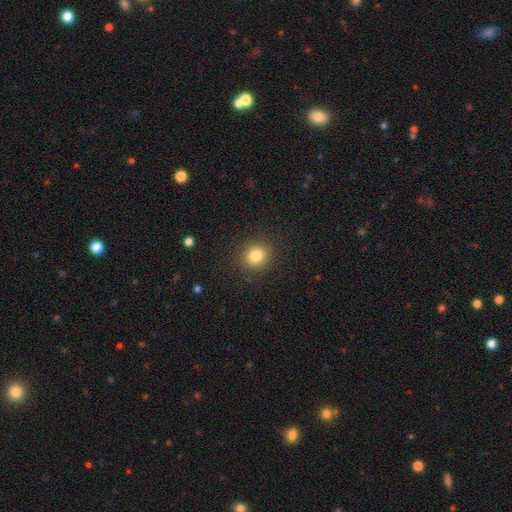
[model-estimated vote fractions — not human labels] Smooth or featured?
  - smooth: 82% *
  - star or artifact: 12%
  - featured or disk: 7%
How rounded?
  - round: 85% *
  - in between: 14%
  - cigar-shaped: 1%
Merging?
  - none: 90% *
  - minor disturbance: 7%
  - major disturbance: 3%
  - merger: 1%